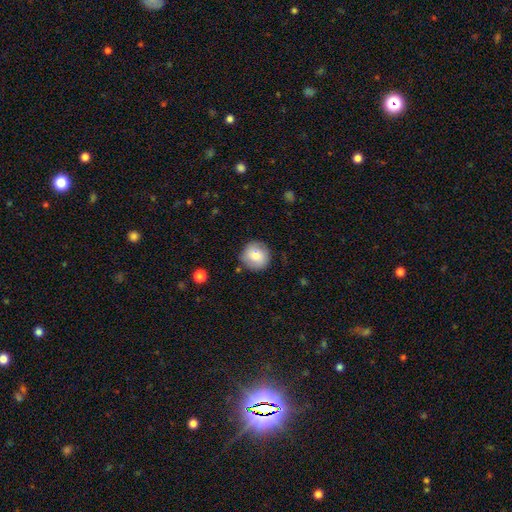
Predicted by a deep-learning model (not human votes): Q: Smooth or featured?
A: smooth (79%); runner-up: featured or disk (14%)
Q: How rounded?
A: round (92%); runner-up: in between (7%)
Q: Merging?
A: none (82%); runner-up: minor disturbance (13%)